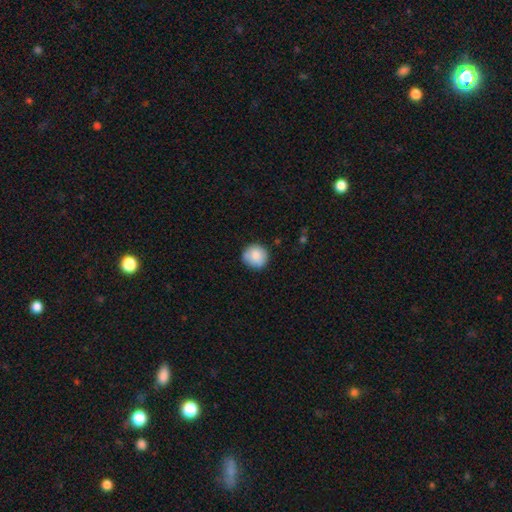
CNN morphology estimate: smooth 84%, featured or disk 9%, star or artifact 7%. Down the decision tree: how rounded — round (92%); merging — none (82%).